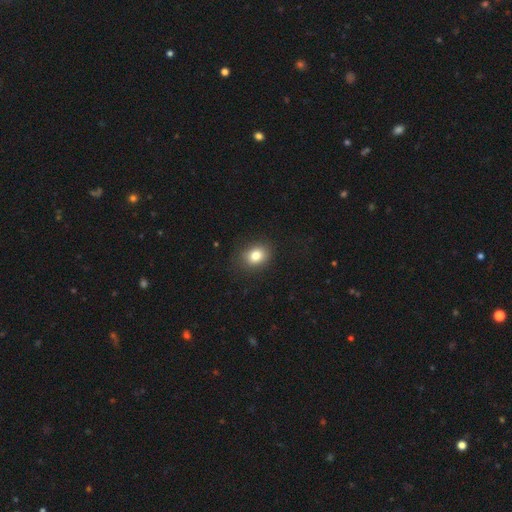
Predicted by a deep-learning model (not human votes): Q: Smooth or featured?
A: smooth (82%); runner-up: star or artifact (11%)
Q: How rounded?
A: in between (53%); runner-up: round (46%)
Q: Merging?
A: none (84%); runner-up: minor disturbance (11%)